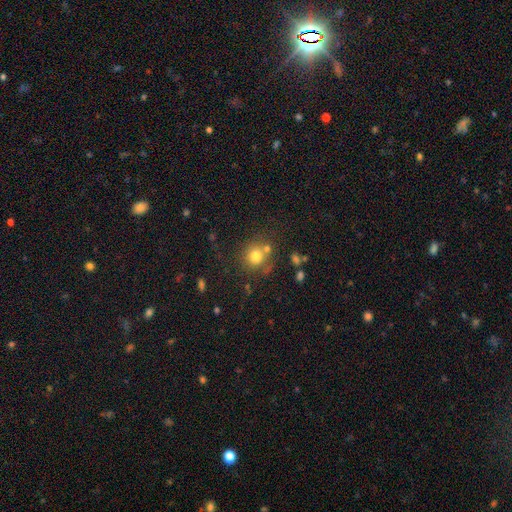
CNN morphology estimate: Smooth or featured? smooth (77%)
How rounded? round (87%)
Merging? none (66%)